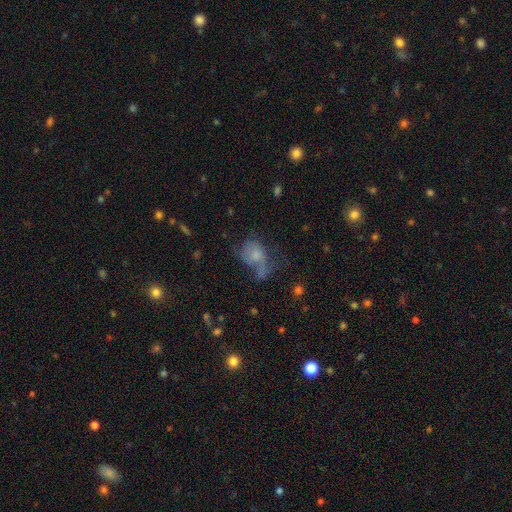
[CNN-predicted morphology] smooth 56%, featured or disk 29%, star or artifact 16%. Down the decision tree: how rounded — in between (61%); merging — major disturbance (34%).